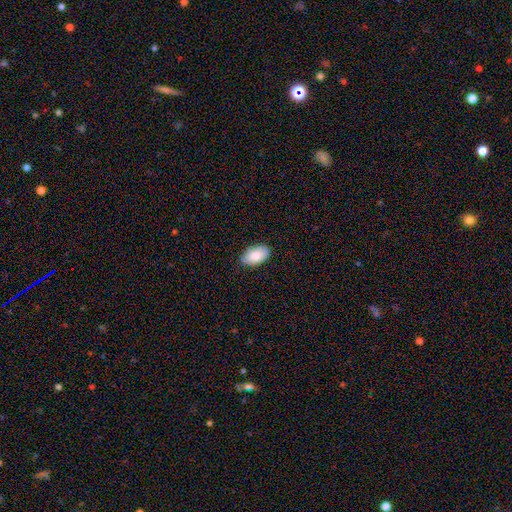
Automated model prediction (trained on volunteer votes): A smooth galaxy with no disk features (85%) that is in between round and cigar-shaped (95%). Merging: none (84%).